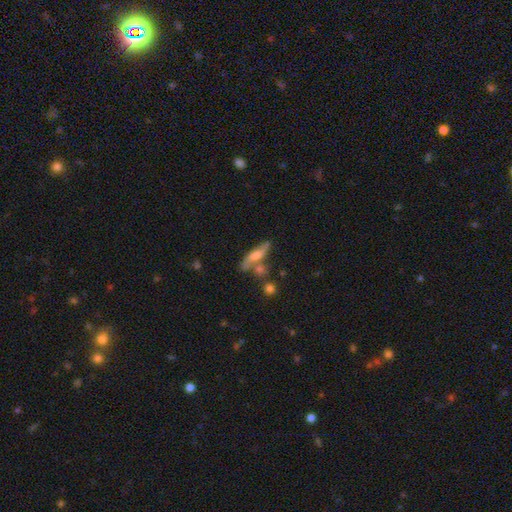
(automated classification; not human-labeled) A featured or disk galaxy (54%).

Vote fractions:
- Smooth or featured? featured or disk: 54% / smooth: 38% / star or artifact: 8%
- Edge-on disk? no: 54% / yes: 46%
- Merging? none: 54% / minor disturbance: 20% / merger: 17% / major disturbance: 9%